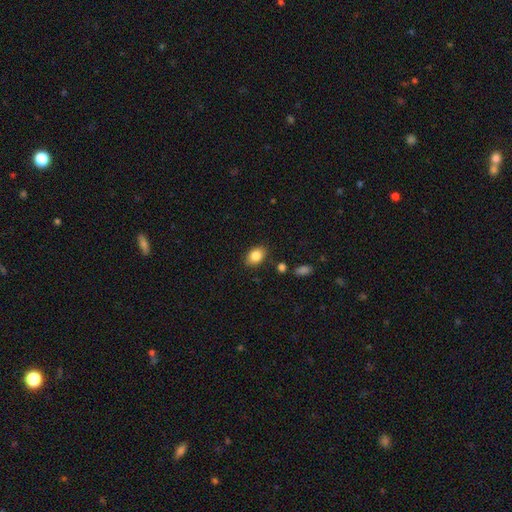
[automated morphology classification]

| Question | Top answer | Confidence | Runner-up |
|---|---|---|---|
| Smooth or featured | smooth | 85% | star or artifact (8%) |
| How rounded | in between | 79% | round (20%) |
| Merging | none | 83% | minor disturbance (11%) |